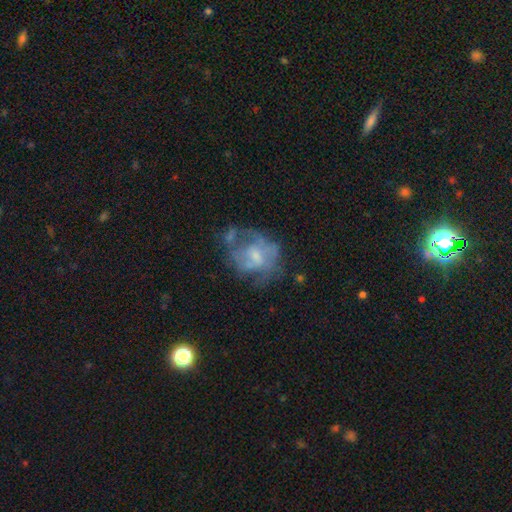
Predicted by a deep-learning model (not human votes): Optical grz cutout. It shows a featured or disk galaxy (62%) with no bar (62%), no spiral arms (59%) and a small central bulge (42%). Merging: none (42%).